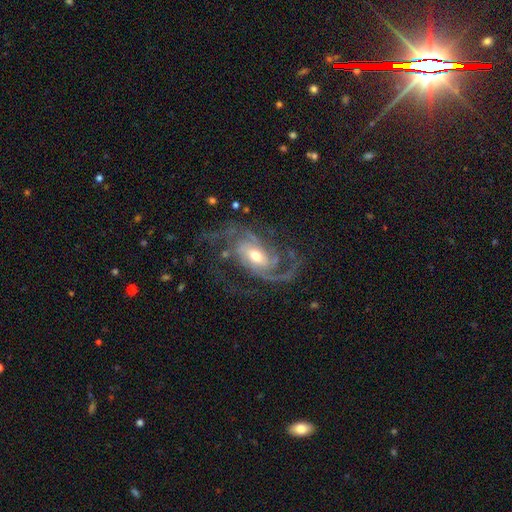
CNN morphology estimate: A featured or disk galaxy (90%) with no bar (46%), 2 (32%) medium (47%) spiral arms (97%) and a moderate central bulge (65%).

Vote fractions:
- Smooth or featured? featured or disk: 90% / smooth: 5% / star or artifact: 5%
- Edge-on disk? no: 97% / yes: 3%
- Bar? no: 46% / weak: 39% / strong: 15%
- Spiral arms? yes: 97% / no: 3%
- Spiral winding? medium: 47% / tight: 28% / loose: 25%
- Spiral arm count? 2: 32% / 3: 31% / can't tell: 14% / 4: 9% / 1: 8% / more than 4: 6%
- Bulge size? moderate: 65% / small: 25% / large: 8% / none: 1% / dominant: 1%
- Merging? none: 57% / major disturbance: 24% / minor disturbance: 17% / merger: 2%